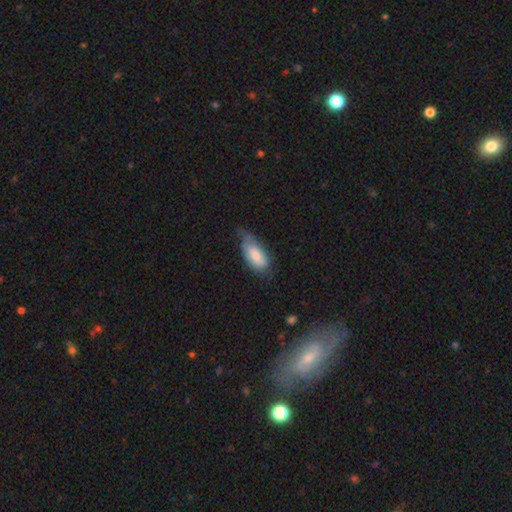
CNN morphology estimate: smooth-or-featured: smooth: 78% | featured or disk: 16% | star or artifact: 6%
  how-rounded: in between: 89% | cigar-shaped: 9% | round: 2%
  merging: minor disturbance: 45% | none: 33% | major disturbance: 20% | merger: 2%